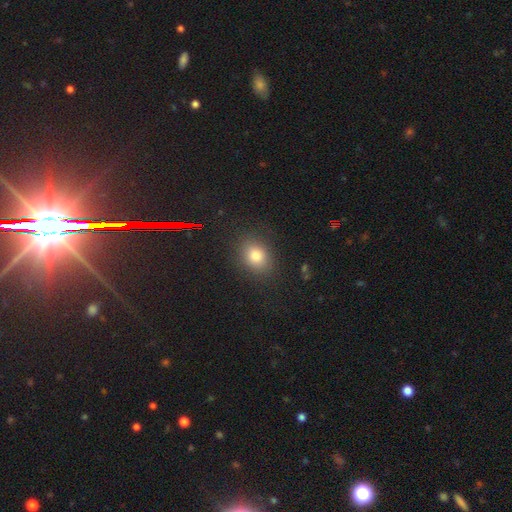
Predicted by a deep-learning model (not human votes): A smooth galaxy with no disk features (78%) that is in between round and cigar-shaped (51%). Merging: none (85%).